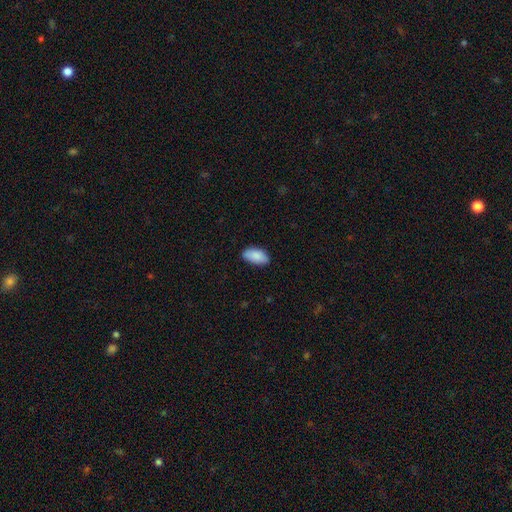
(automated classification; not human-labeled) smooth 89%, star or artifact 6%, featured or disk 5%. Down the decision tree: how rounded — in between (94%); merging — none (83%).